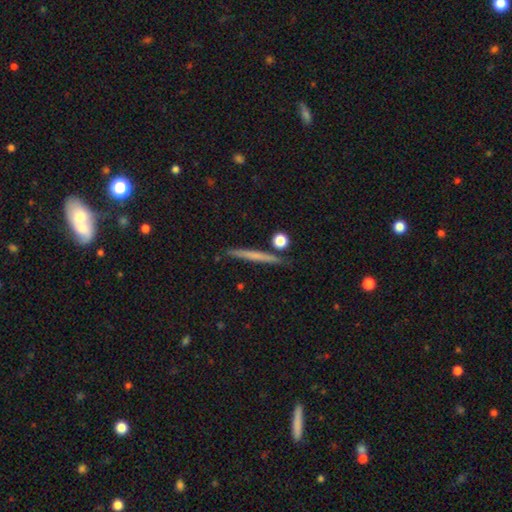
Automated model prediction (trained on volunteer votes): This appears to be a smooth galaxy with no disk features (53%) that is cigar-shaped (94%). Merging: none (86%).